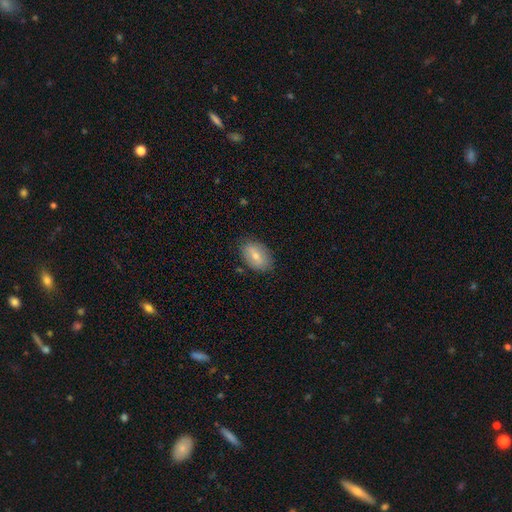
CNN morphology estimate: Smooth or featured? Predicted: smooth (p=0.67). How rounded? Predicted: in between (p=0.87). Merging? Predicted: none (p=0.79).